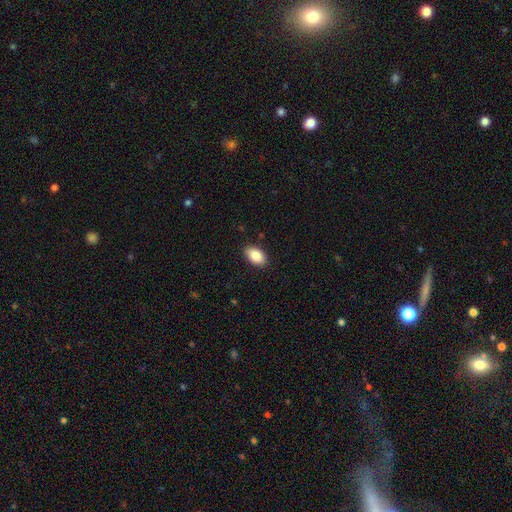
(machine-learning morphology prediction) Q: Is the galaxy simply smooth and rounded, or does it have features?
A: smooth — 88%.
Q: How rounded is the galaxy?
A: in between — 92%.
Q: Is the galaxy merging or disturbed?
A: none — 88%.